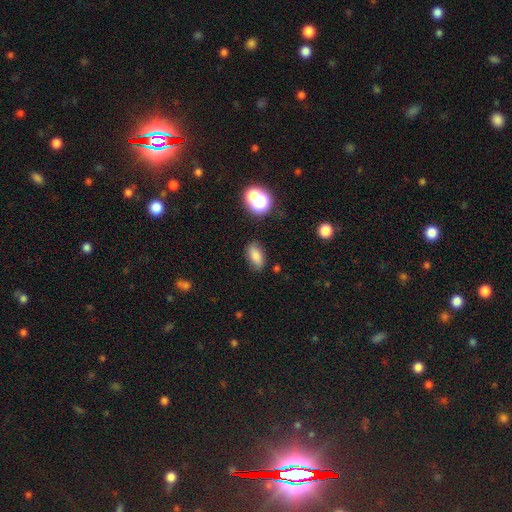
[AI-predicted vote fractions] smooth-or-featured: smooth: 79% | star or artifact: 12% | featured or disk: 9%
  how-rounded: in between: 86% | round: 7% | cigar-shaped: 7%
  merging: none: 81% | minor disturbance: 13% | major disturbance: 3% | merger: 3%